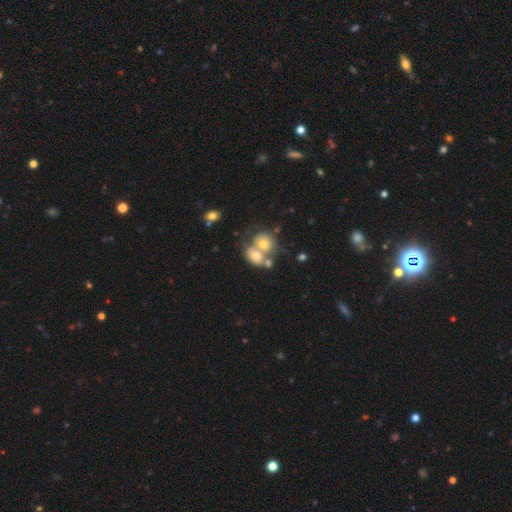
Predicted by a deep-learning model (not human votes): Q: Smooth or featured?
A: smooth (64%); runner-up: featured or disk (25%)
Q: How rounded?
A: in between (56%); runner-up: round (42%)
Q: Merging?
A: merger (63%); runner-up: none (23%)